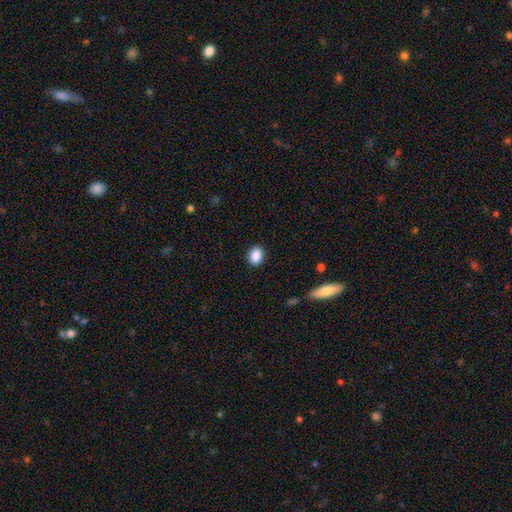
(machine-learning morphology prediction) The model was most divided on "how rounded": in between: 59%, round: 39%, cigar-shaped: 1%. More confident: merging — none (90%); smooth or featured — smooth (89%).